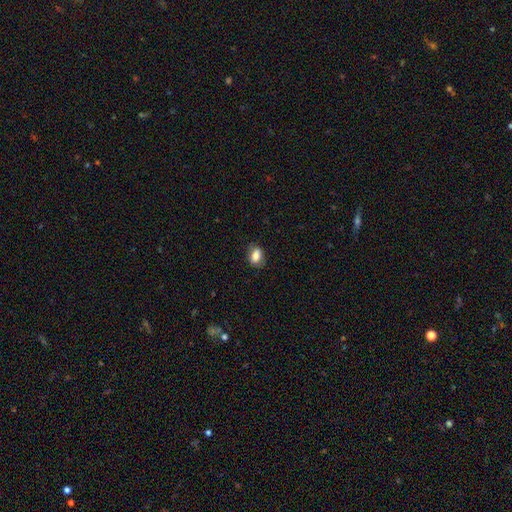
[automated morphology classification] Q: Smooth or featured?
A: smooth (81%); runner-up: featured or disk (11%)
Q: How rounded?
A: in between (78%); runner-up: round (20%)
Q: Merging?
A: none (77%); runner-up: minor disturbance (18%)